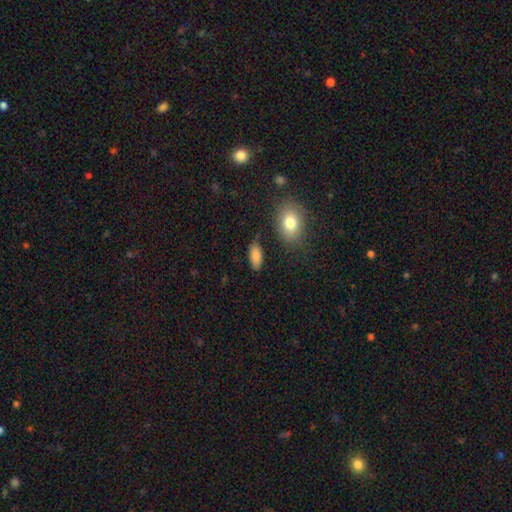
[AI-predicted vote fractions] The model was most divided on "merging": none: 81%, minor disturbance: 13%, major disturbance: 3%, merger: 3%. More confident: how rounded — in between (89%); smooth or featured — smooth (86%).